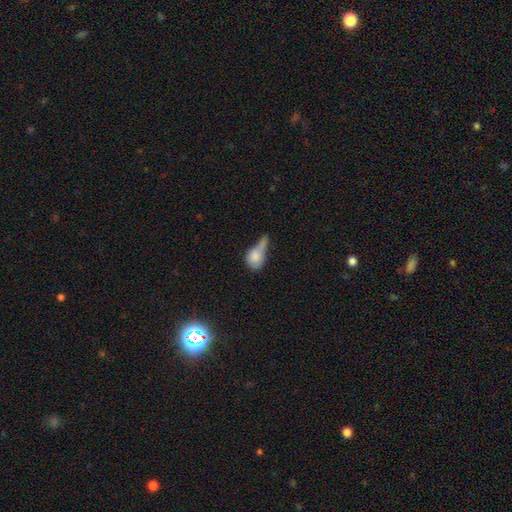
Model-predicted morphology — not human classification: Smooth or featured? Predicted: smooth (p=0.72). How rounded? Predicted: in between (p=0.61). Merging? Predicted: major disturbance (p=0.31).